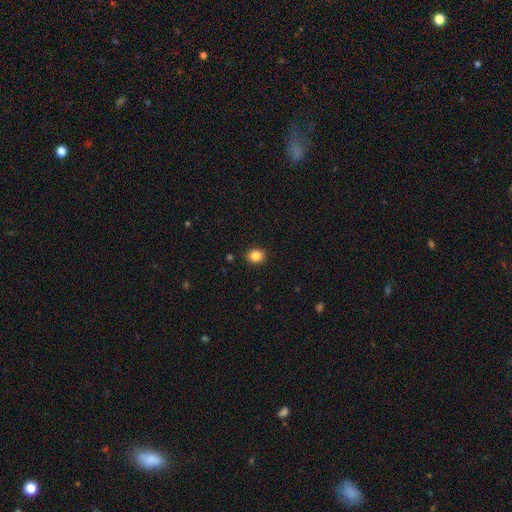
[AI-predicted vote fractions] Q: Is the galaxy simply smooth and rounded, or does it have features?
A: smooth — 85%.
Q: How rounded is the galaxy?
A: round — 64%.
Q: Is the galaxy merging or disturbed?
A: none — 90%.